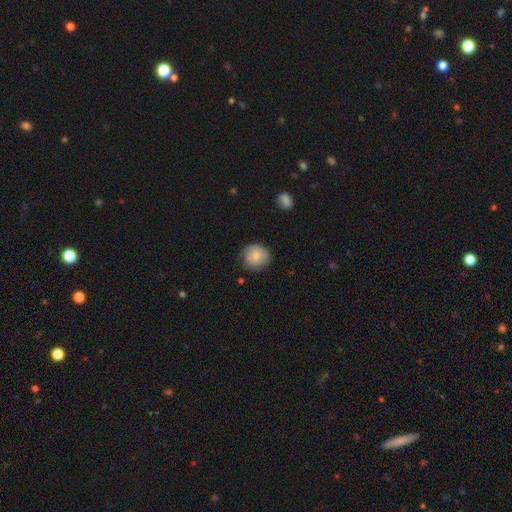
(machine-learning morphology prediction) The model was most divided on "smooth or featured": smooth: 73%, featured or disk: 19%, star or artifact: 8%. More confident: how rounded — round (87%); merging — none (74%).